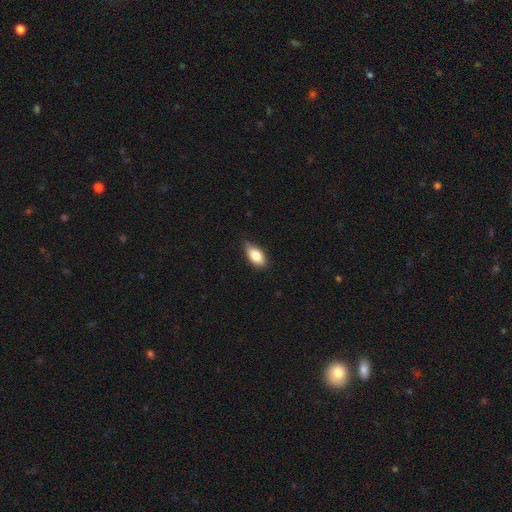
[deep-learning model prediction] Smooth or featured? smooth (82%)
How rounded? in between (90%)
Merging? none (71%)